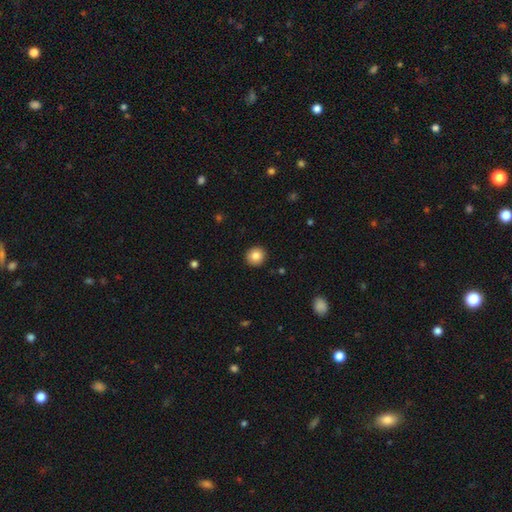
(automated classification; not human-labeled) Q: Smooth or featured?
A: smooth (85%); runner-up: star or artifact (9%)
Q: How rounded?
A: round (92%); runner-up: in between (7%)
Q: Merging?
A: none (92%); runner-up: minor disturbance (5%)